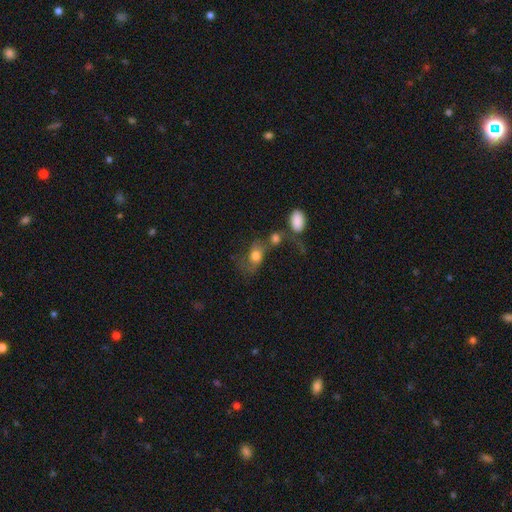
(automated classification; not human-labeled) A smooth galaxy with no disk features (64%) that is in between round and cigar-shaped (72%).

Vote fractions:
- Smooth or featured? smooth: 64% / featured or disk: 26% / star or artifact: 10%
- How rounded? in between: 72% / round: 25% / cigar-shaped: 3%
- Merging? merger: 28% (tied) / none: 28% (tied) / major disturbance: 27% / minor disturbance: 17%